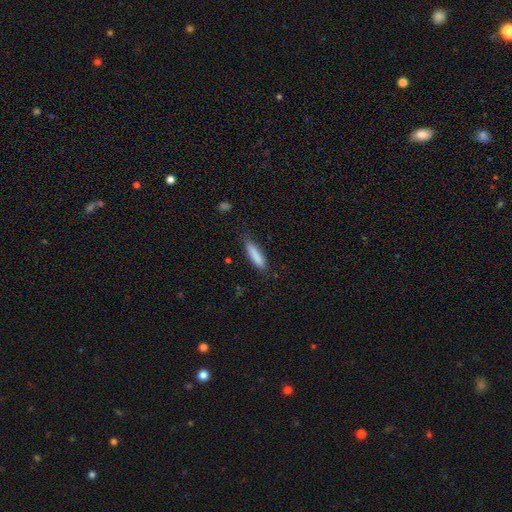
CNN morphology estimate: smooth 85%, featured or disk 9%, star or artifact 6%. Down the decision tree: how rounded — cigar-shaped (74%); merging — none (78%).